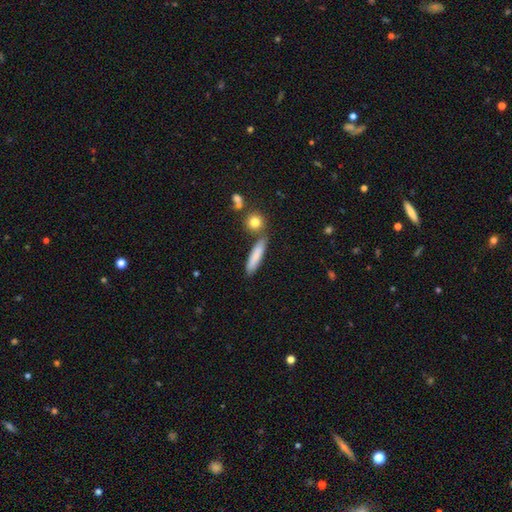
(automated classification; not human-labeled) Smooth or featured?
  - smooth: 81% *
  - featured or disk: 13%
  - star or artifact: 7%
How rounded?
  - cigar-shaped: 83% *
  - in between: 15%
  - round: 2%
Merging?
  - none: 79% *
  - minor disturbance: 11%
  - merger: 7%
  - major disturbance: 3%